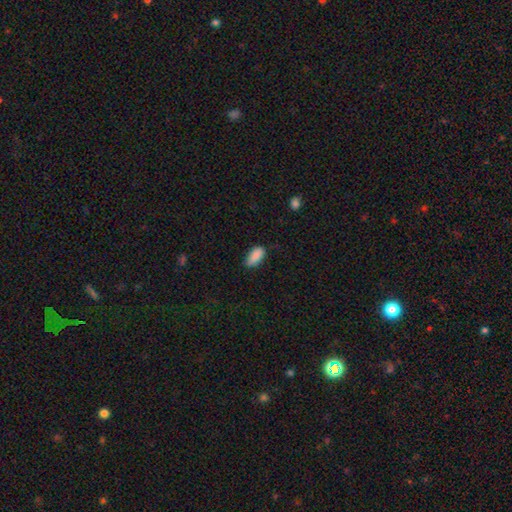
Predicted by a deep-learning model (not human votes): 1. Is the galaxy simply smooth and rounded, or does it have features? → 89% smooth, 7% star or artifact, 4% featured or disk.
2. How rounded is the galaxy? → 89% in between, 8% cigar-shaped, 2% round.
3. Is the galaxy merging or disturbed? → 75% none, 20% minor disturbance, 3% major disturbance, 1% merger.